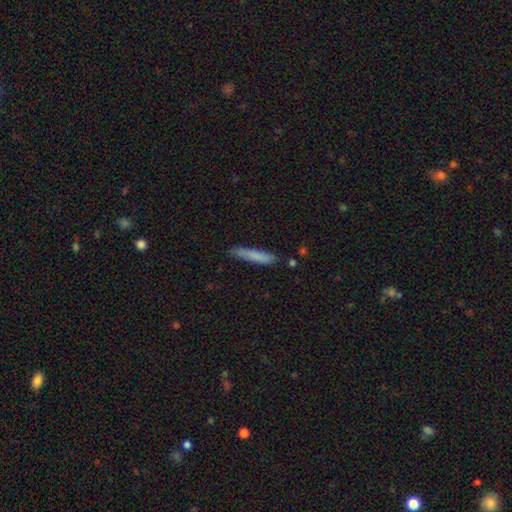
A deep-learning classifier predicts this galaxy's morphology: A smooth galaxy with no disk features (78%) that is cigar-shaped (92%). Merging: none (79%).